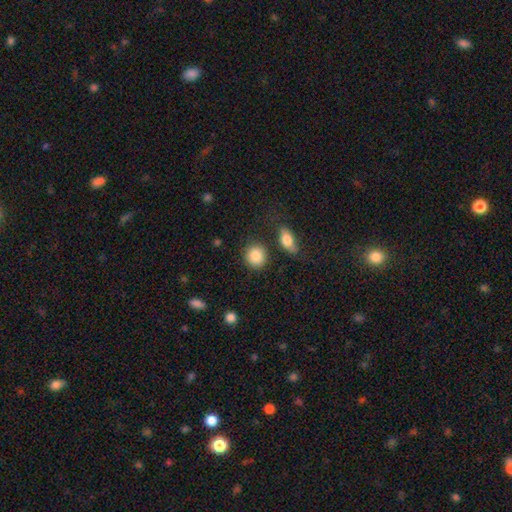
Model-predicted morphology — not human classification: Q: Smooth or featured?
A: smooth (88%); runner-up: star or artifact (7%)
Q: How rounded?
A: round (81%); runner-up: in between (18%)
Q: Merging?
A: none (82%); runner-up: minor disturbance (9%)